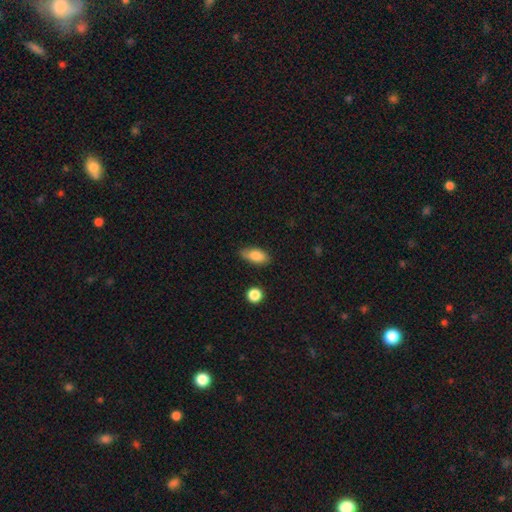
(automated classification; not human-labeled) The model was most divided on "merging": none: 76%, minor disturbance: 18%, major disturbance: 3%, merger: 2%. More confident: how rounded — in between (85%); smooth or featured — smooth (83%).